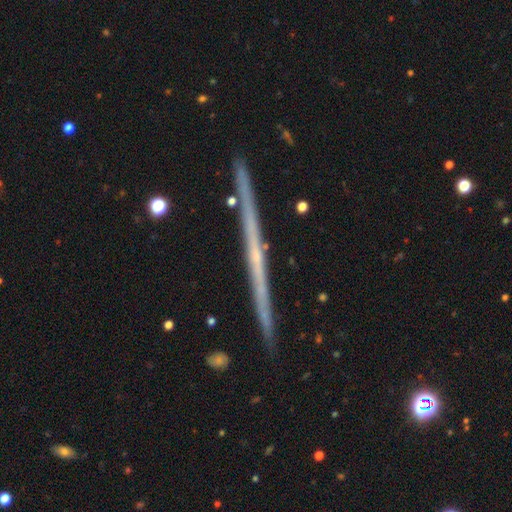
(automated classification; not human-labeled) smooth-or-featured: featured or disk: 77% | smooth: 16% | star or artifact: 7%
  disk-edge-on: yes: 98% | no: 2%
    edge-on-bulge: none: 77% | rounded: 18% | boxy: 5%
  merging: none: 91% | minor disturbance: 6% | merger: 1% | major disturbance: 1%